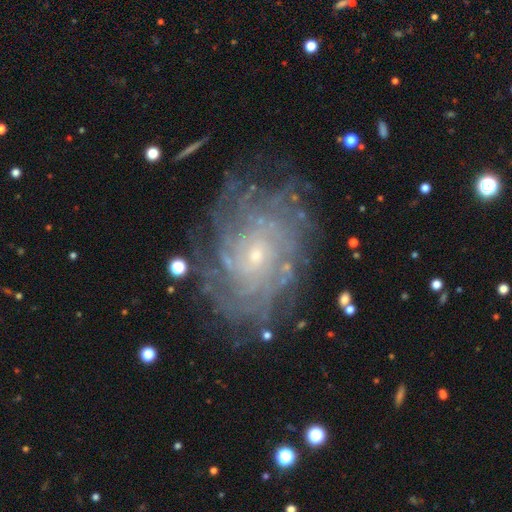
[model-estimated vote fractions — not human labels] Smooth or featured: featured or disk — 85% (smooth — 8%)
Edge-on disk: no — 97% (yes — 3%)
Bar: no — 75% (weak — 21%)
Spiral arms: yes — 93% (no — 7%)
Spiral winding: tight — 73% (medium — 21%)
Spiral arm count: can't tell — 41% (more than 4 — 23%)
Bulge size: small — 74% (moderate — 22%)
Merging: none — 72% (minor disturbance — 17%)